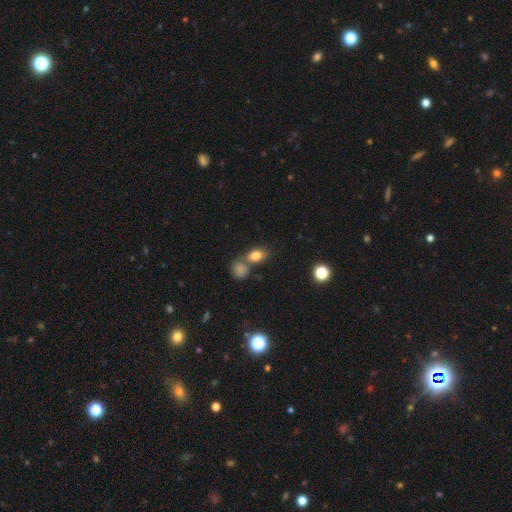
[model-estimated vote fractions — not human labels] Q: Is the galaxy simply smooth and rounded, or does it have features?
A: smooth — 80%.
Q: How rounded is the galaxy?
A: in between — 75%.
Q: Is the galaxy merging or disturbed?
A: none — 51%.